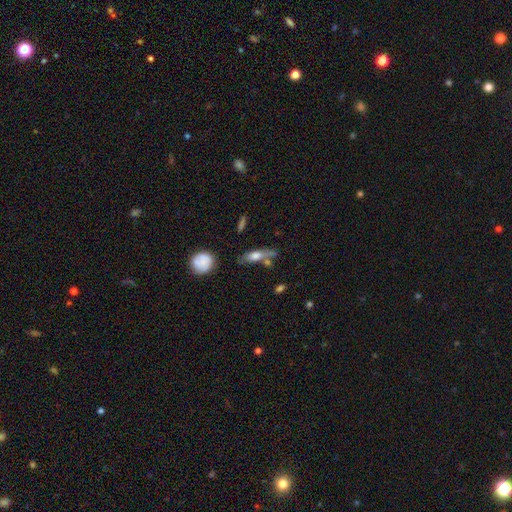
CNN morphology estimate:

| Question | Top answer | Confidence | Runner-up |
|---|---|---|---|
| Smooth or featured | smooth | 58% | featured or disk (33%) |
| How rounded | cigar-shaped | 54% | in between (41%) |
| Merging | none | 51% | minor disturbance (23%) |